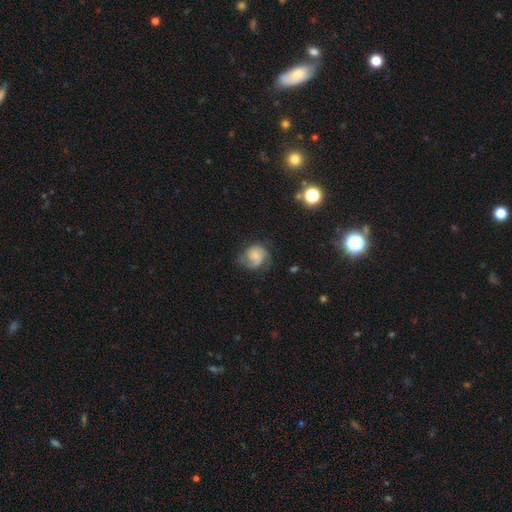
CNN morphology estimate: This appears to be a featured or disk galaxy (52%) with no bar (72%), spiral arms (88%) and a small central bulge (47%). Merging: none (55%).